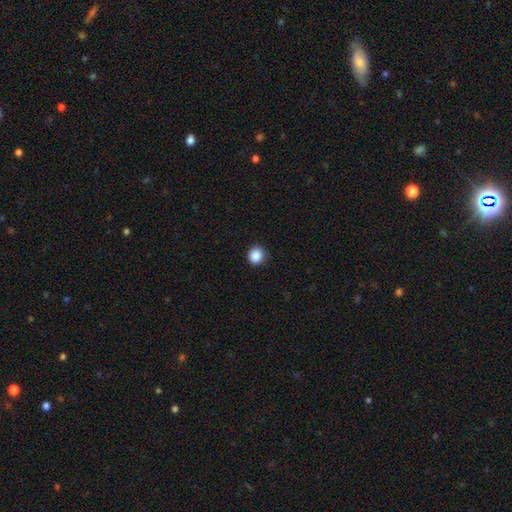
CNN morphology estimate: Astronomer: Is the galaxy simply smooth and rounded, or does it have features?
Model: smooth — 88%.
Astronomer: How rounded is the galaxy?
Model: round — 93%.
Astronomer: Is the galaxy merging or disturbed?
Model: none — 91%.